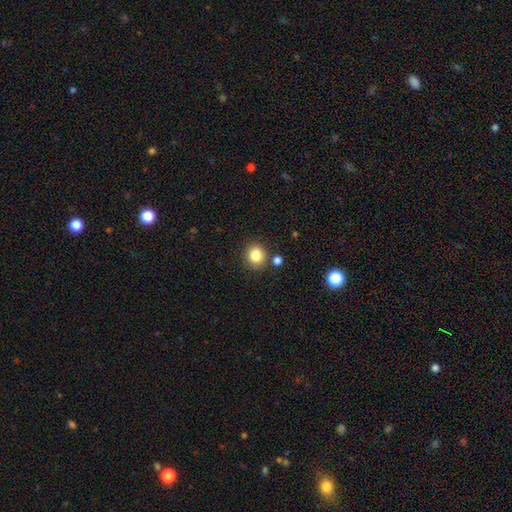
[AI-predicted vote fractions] This appears to be a smooth galaxy with no disk features (84%) that is round (83%). Merging: none (81%).